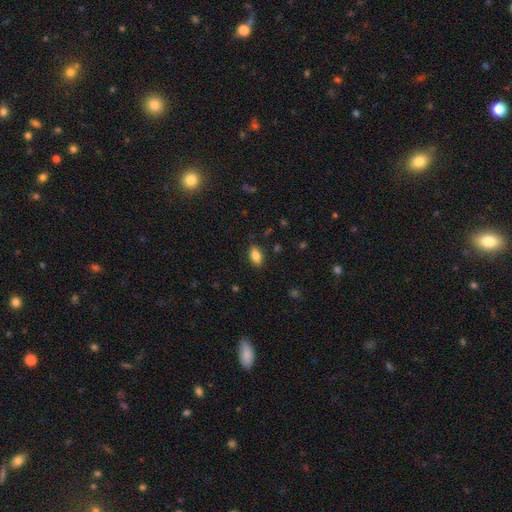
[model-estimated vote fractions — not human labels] This appears to be a smooth galaxy with no disk features (83%) that is in between round and cigar-shaped (90%). Merging: none (86%).